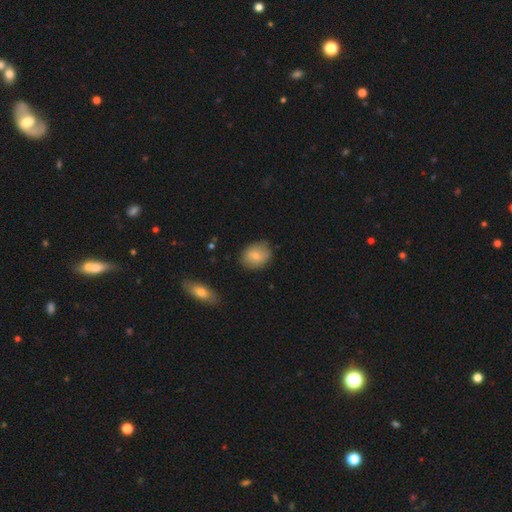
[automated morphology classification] A smooth galaxy with no disk features (77%) that is in between round and cigar-shaped (53%). Merging: none (79%).